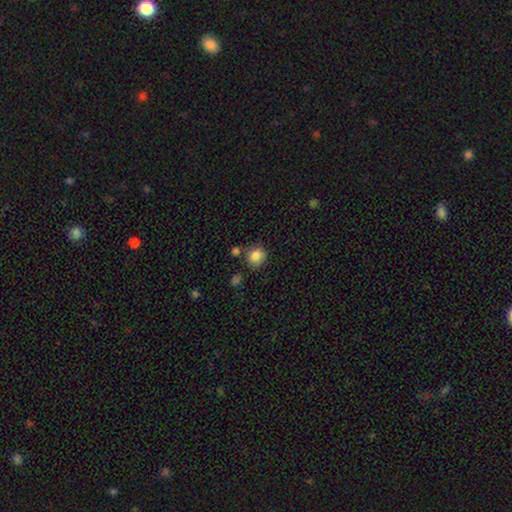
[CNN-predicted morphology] The model was most divided on "how rounded": round: 74%, in between: 25%, cigar-shaped: 1%. More confident: smooth or featured — smooth (85%); merging — none (70%).